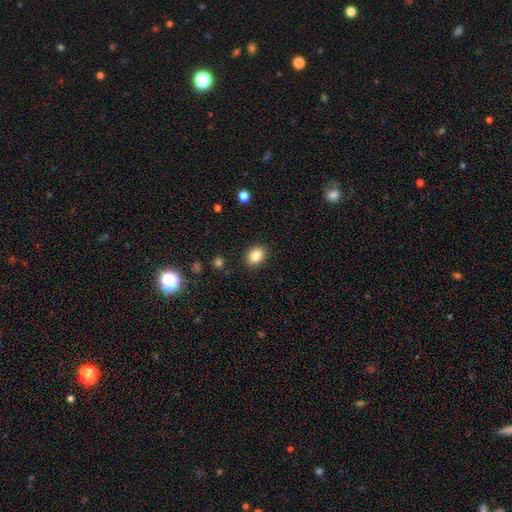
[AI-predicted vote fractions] smooth-or-featured: smooth: 84% | star or artifact: 10% | featured or disk: 6%
  how-rounded: in between: 51% | round: 48% | cigar-shaped: 1%
  merging: none: 89% | minor disturbance: 8% | major disturbance: 2% | merger: 1%